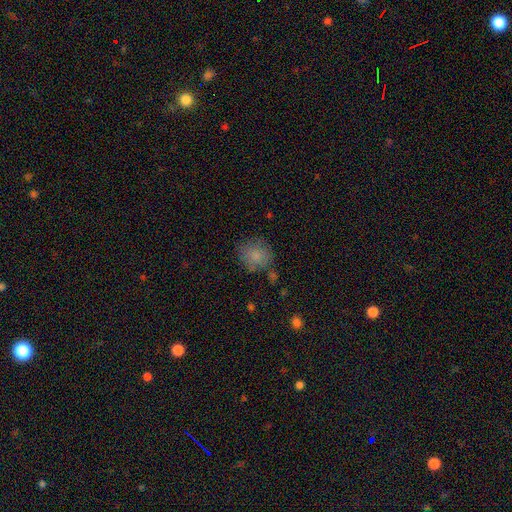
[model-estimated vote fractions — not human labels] smooth_or_featured: smooth (p=0.82) [alt: star or artifact p=0.09]
how_rounded: round (p=0.82) [alt: in between p=0.17]
merging: none (p=0.69) [alt: minor disturbance p=0.19]